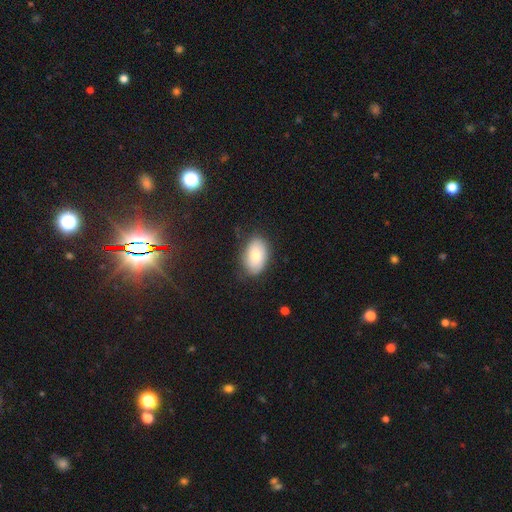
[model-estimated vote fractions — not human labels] smooth_or_featured: smooth (p=0.78) [alt: featured or disk p=0.15]
how_rounded: in between (p=0.91) [alt: round p=0.08]
merging: none (p=0.79) [alt: minor disturbance p=0.16]